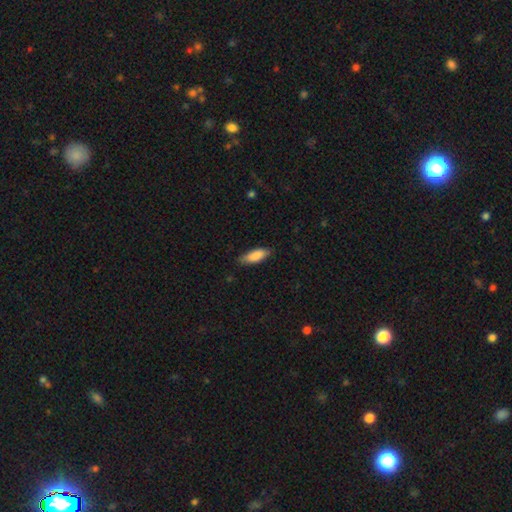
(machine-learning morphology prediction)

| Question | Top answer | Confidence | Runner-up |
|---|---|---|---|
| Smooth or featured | smooth | 86% | featured or disk (9%) |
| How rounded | in between | 69% | cigar-shaped (29%) |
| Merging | none | 78% | minor disturbance (18%) |